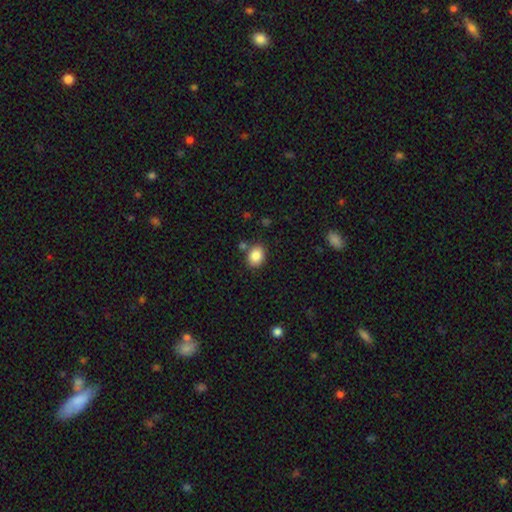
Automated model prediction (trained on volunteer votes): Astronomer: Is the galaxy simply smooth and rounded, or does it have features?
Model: smooth — 87%.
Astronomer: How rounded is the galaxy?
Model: in between — 57% (runner-up: round, 42%).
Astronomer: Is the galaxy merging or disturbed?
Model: none — 80%.